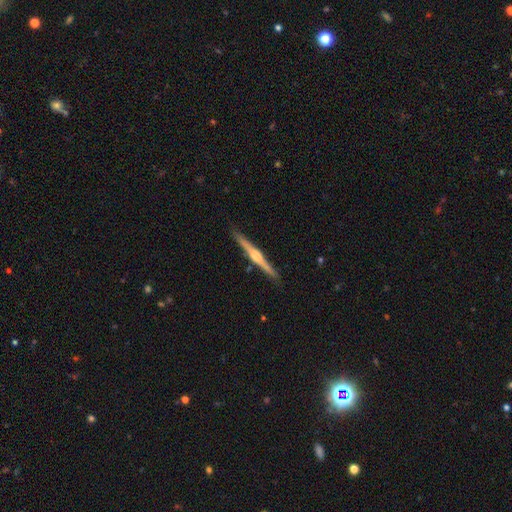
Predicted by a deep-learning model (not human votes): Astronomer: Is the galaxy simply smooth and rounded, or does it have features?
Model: featured or disk — 77%.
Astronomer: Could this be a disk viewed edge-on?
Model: yes — 98%.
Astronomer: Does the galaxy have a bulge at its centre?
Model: rounded — 82%.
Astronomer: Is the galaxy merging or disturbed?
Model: none — 90%.